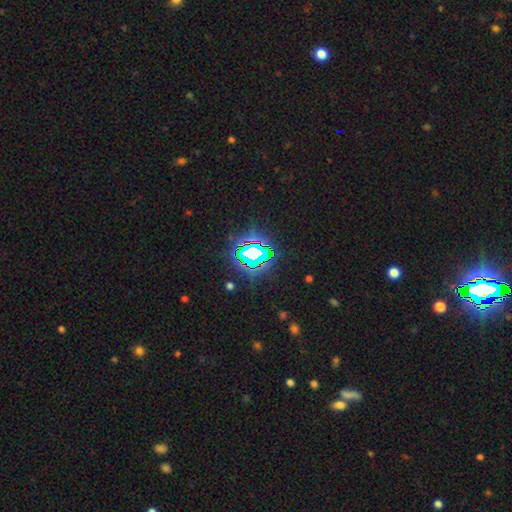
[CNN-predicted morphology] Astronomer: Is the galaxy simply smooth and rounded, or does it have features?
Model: star or artifact — 74%.